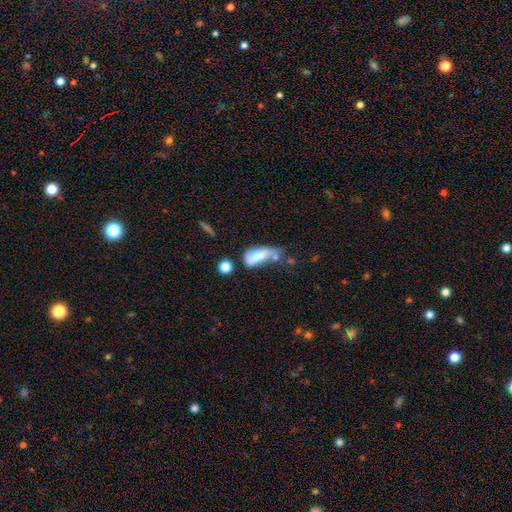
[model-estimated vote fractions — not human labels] A smooth galaxy with no disk features (67%) that is in between round and cigar-shaped (70%). Merging: major disturbance (29%).